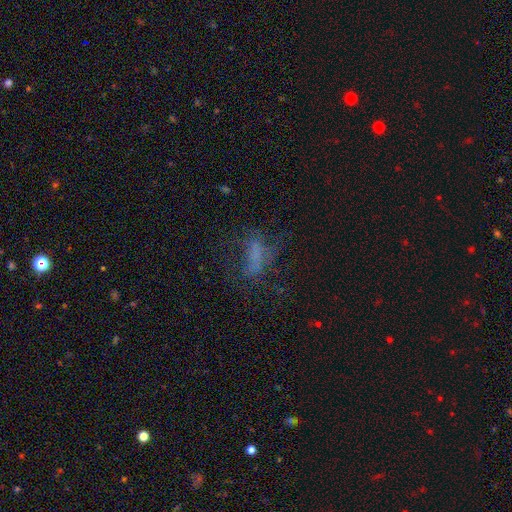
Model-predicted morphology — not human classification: type=smooth (41%); merging=none (42%).